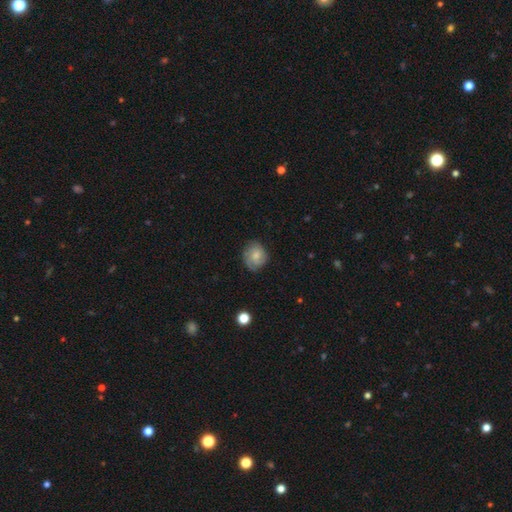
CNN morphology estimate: Smooth or featured? smooth (47%)
Merging? none (72%)